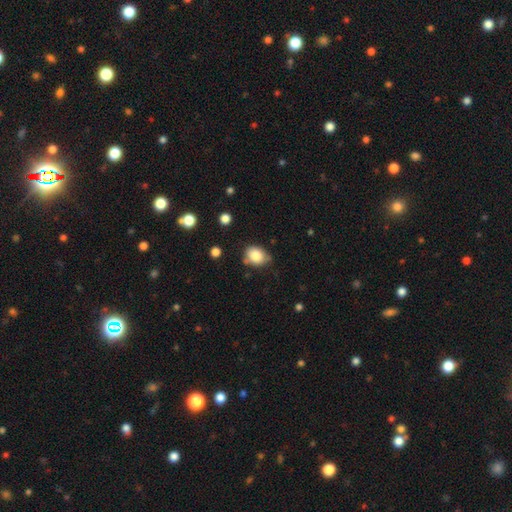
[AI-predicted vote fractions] Q: Smooth or featured?
A: smooth (83%); runner-up: star or artifact (9%)
Q: How rounded?
A: in between (53%); runner-up: round (46%)
Q: Merging?
A: none (68%); runner-up: minor disturbance (23%)